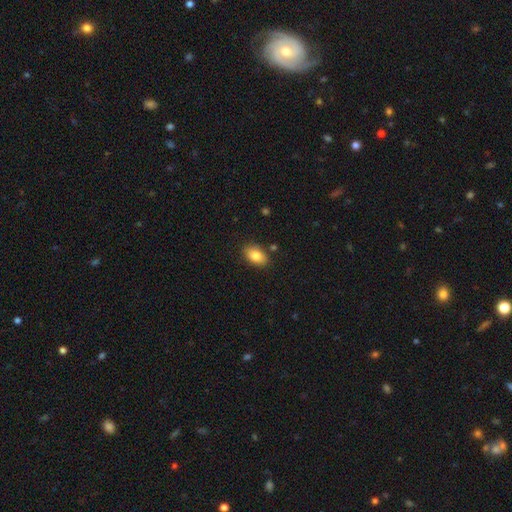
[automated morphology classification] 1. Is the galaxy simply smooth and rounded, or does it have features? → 83% smooth, 9% featured or disk, 8% star or artifact.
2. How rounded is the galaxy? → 88% in between, 11% round, 2% cigar-shaped.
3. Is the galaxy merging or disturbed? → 84% none, 11% minor disturbance, 2% merger, 2% major disturbance.